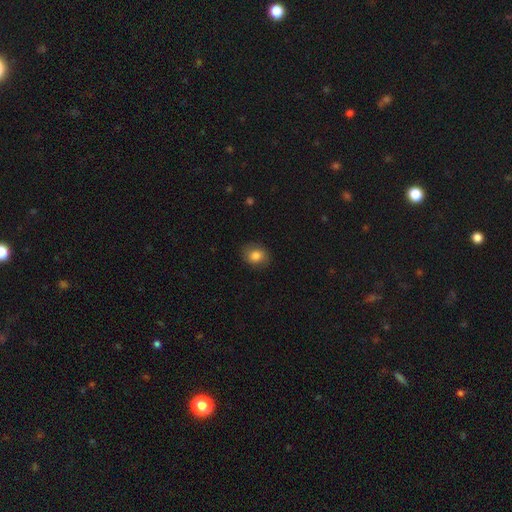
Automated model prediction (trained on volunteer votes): Smooth or featured? smooth (82%)
How rounded? round (54%)
Merging? none (82%)